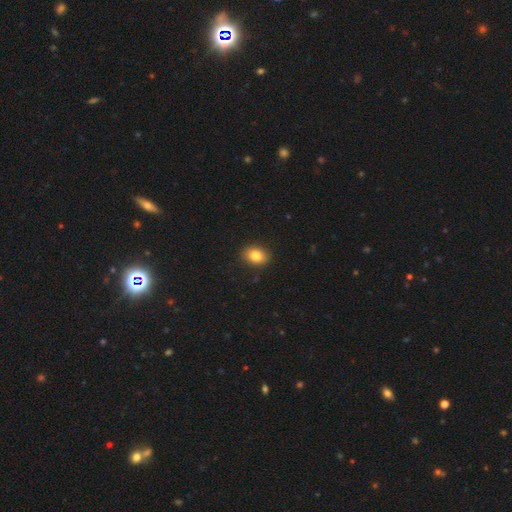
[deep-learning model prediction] A smooth galaxy with no disk features (83%) that is in between round and cigar-shaped (67%).

Vote fractions:
- Smooth or featured? smooth: 83% / star or artifact: 9% / featured or disk: 7%
- How rounded? in between: 67% / round: 32% / cigar-shaped: 1%
- Merging? none: 89% / minor disturbance: 8% / major disturbance: 2% / merger: 1%